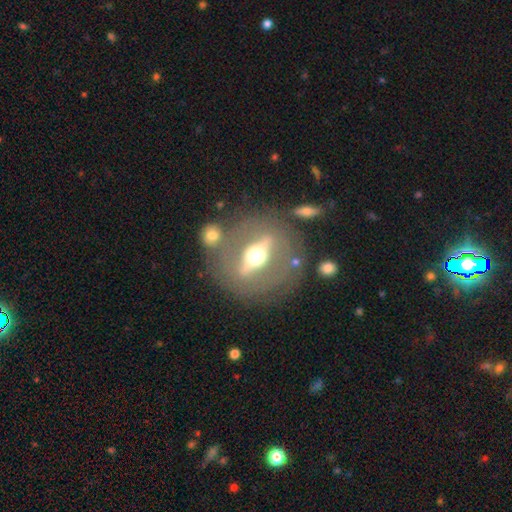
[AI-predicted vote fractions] This is likely a featured or disk galaxy (74%). It is likely not viewed edge-on (60%). Merging: likely none (67%).